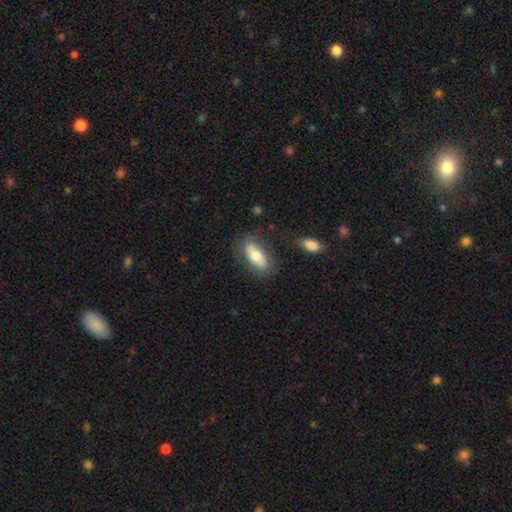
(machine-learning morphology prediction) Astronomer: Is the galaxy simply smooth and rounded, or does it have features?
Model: smooth — 65%.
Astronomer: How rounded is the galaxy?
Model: in between — 77%.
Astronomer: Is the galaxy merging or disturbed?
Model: none — 77%.